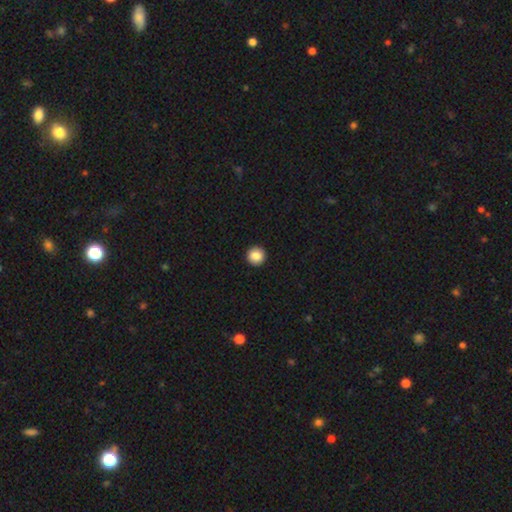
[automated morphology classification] Overall: smooth (87%). How rounded: round (95%). Merging: none (94%).